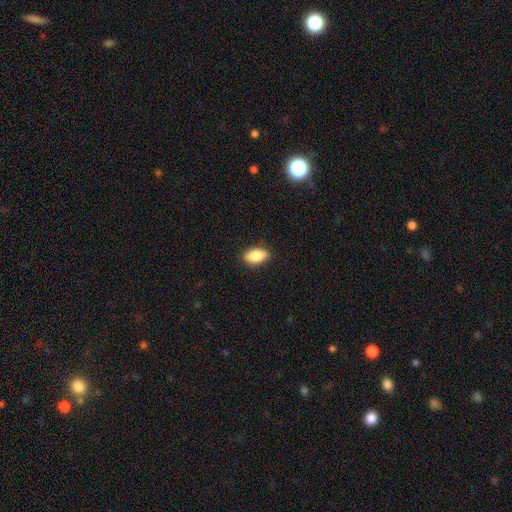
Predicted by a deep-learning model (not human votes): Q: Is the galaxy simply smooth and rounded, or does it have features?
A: smooth — 86%.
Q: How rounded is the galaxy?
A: in between — 90%.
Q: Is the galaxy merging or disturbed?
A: none — 88%.